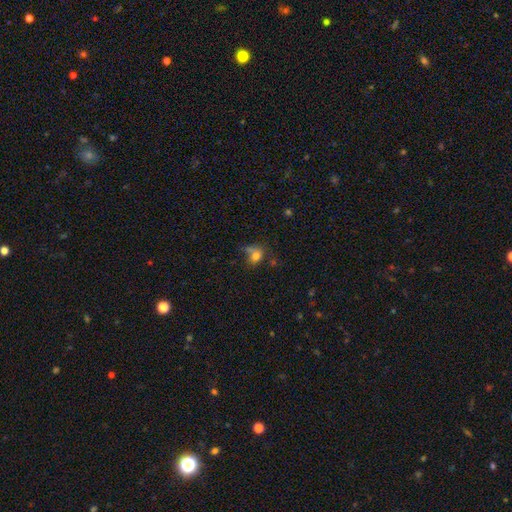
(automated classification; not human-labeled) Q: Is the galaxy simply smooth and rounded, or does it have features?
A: smooth — 74%.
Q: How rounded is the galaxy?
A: in between — 50%.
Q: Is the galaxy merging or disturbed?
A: none — 40%.